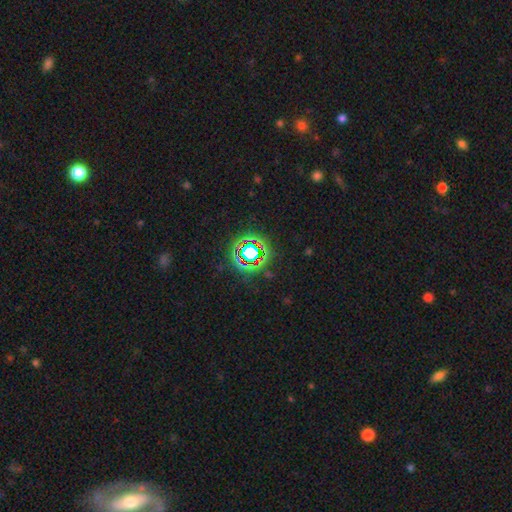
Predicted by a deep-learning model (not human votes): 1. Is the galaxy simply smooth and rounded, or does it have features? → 69% star or artifact, 20% smooth, 12% featured or disk.